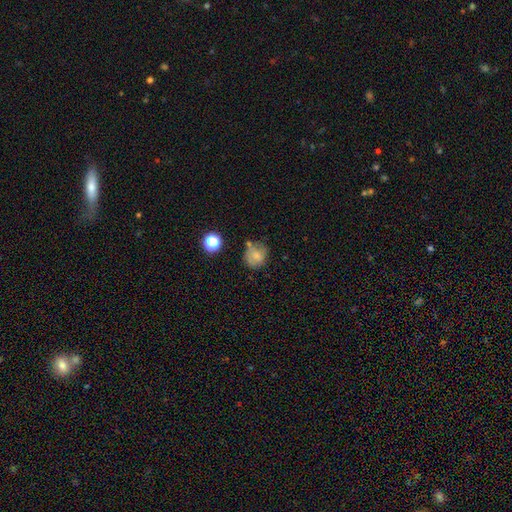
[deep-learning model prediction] This appears to be a smooth galaxy with no disk features (54%) that is round (76%). Merging: none (57%).